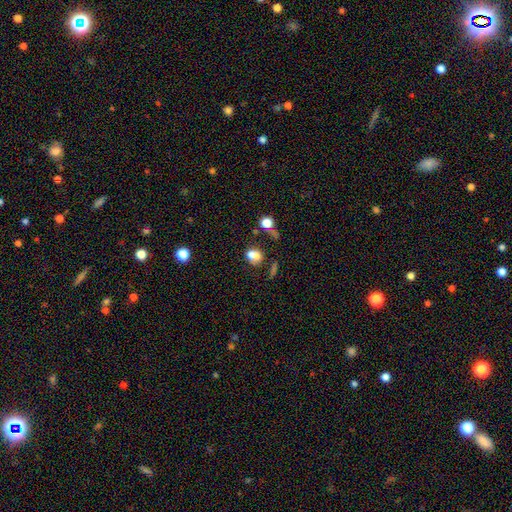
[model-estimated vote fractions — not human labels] Overall: smooth (69%). How rounded: in between (50%; round 48%). Merging: none (39%; merger 34%).